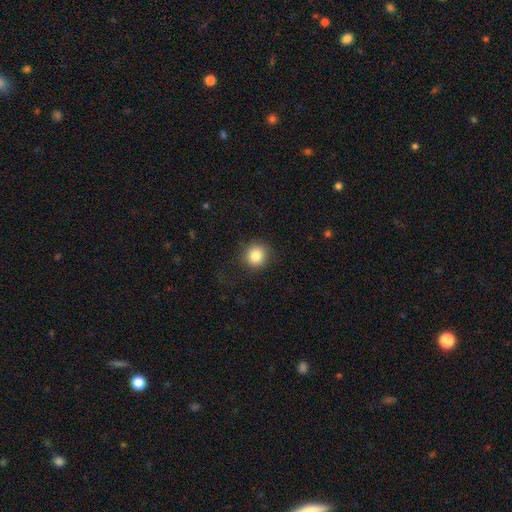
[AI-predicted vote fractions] Overall: smooth (84%). How rounded: round (88%). Merging: none (83%).